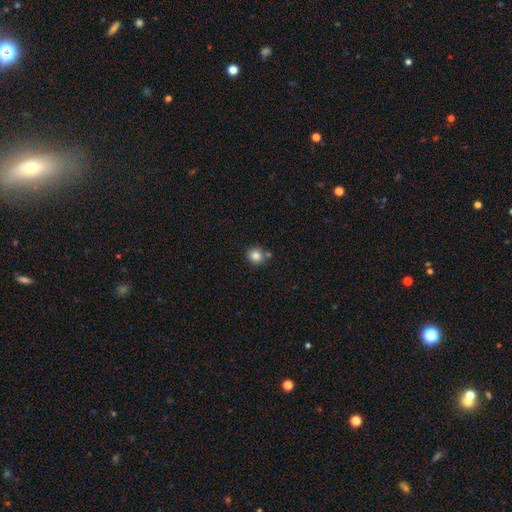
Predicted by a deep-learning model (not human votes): A smooth galaxy with no disk features (84%) that is round (89%).

Vote fractions:
- Smooth or featured? smooth: 84% / star or artifact: 11% / featured or disk: 5%
- How rounded? round: 89% / in between: 10% / cigar-shaped: 1%
- Merging? none: 76% / merger: 11% / minor disturbance: 10% / major disturbance: 3%